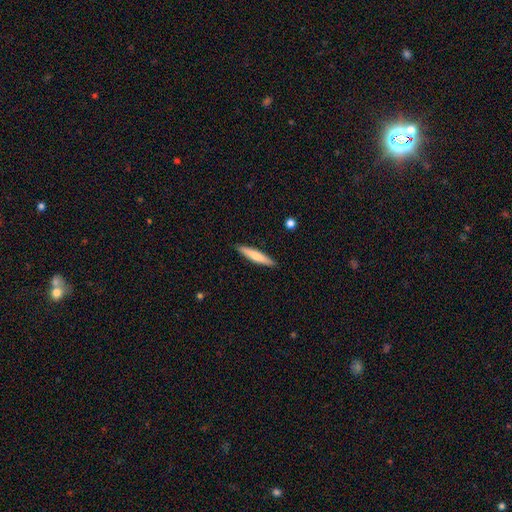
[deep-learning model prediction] A smooth galaxy with no disk features (67%) that is cigar-shaped (89%). Merging: none (90%).